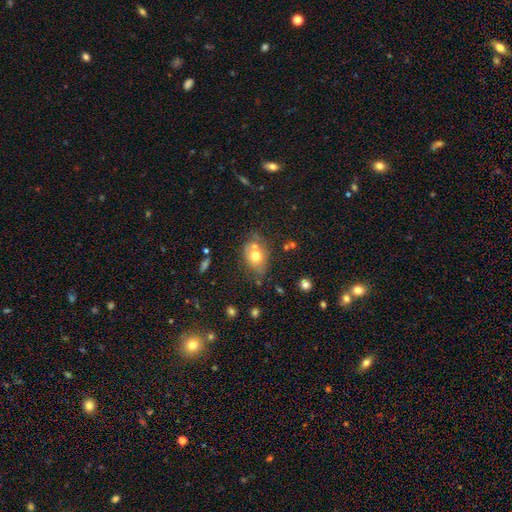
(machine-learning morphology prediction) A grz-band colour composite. It shows a smooth galaxy with no disk features (66%) that is in between round and cigar-shaped (65%). Merging: none (51%).